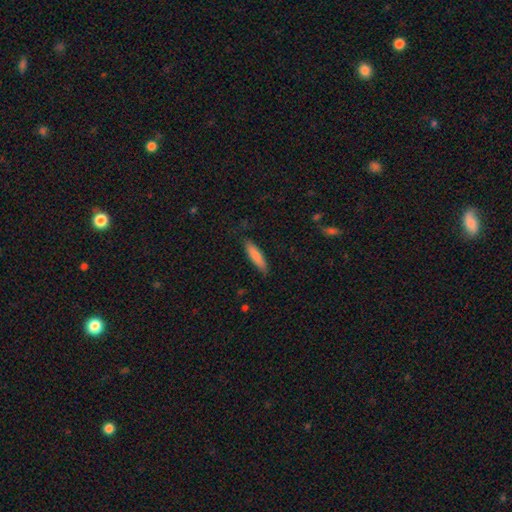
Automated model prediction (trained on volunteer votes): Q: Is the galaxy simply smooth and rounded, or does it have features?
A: smooth — 83%.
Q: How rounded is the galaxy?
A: cigar-shaped — 75%.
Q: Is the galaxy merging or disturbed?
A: none — 84%.